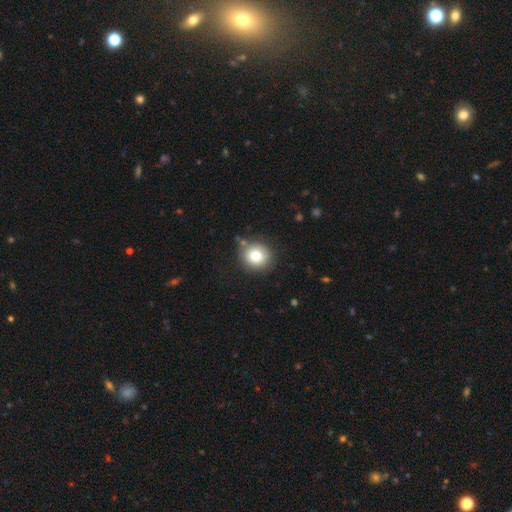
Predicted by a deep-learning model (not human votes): This appears to be a smooth galaxy with no disk features (78%) that is round (89%). Merging: none (84%).